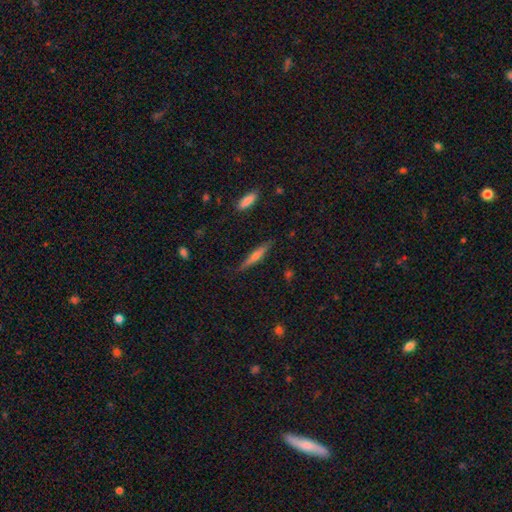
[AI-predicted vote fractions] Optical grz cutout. It shows a featured or disk galaxy (49%). Merging: none (86%).